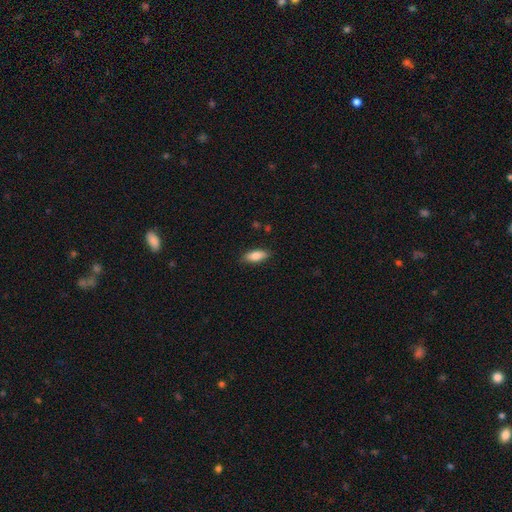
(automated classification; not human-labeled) The model was most divided on "how rounded": in between: 78%, cigar-shaped: 20%, round: 2%. More confident: merging — none (86%); smooth or featured — smooth (84%).